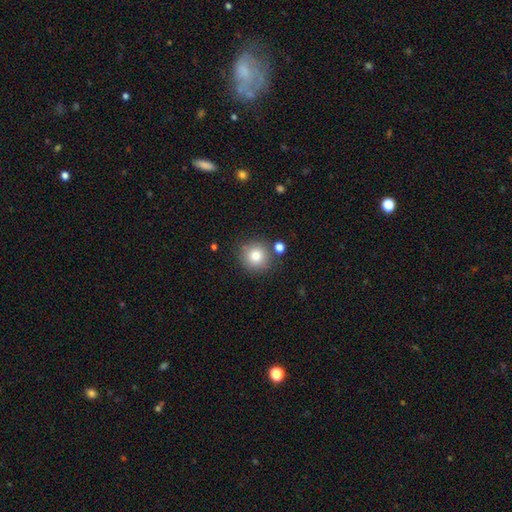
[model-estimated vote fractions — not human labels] smooth-or-featured: smooth: 82% | star or artifact: 10% | featured or disk: 8%
  how-rounded: round: 92% | in between: 7% | cigar-shaped: 1%
  merging: none: 80% | minor disturbance: 10% | merger: 7% | major disturbance: 3%